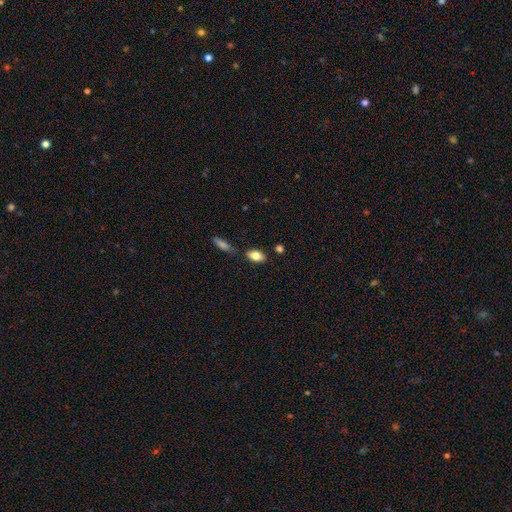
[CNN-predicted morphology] Smooth or featured? Predicted: smooth (p=0.80). How rounded? Predicted: in between (p=0.89). Merging? Predicted: none (p=0.78).